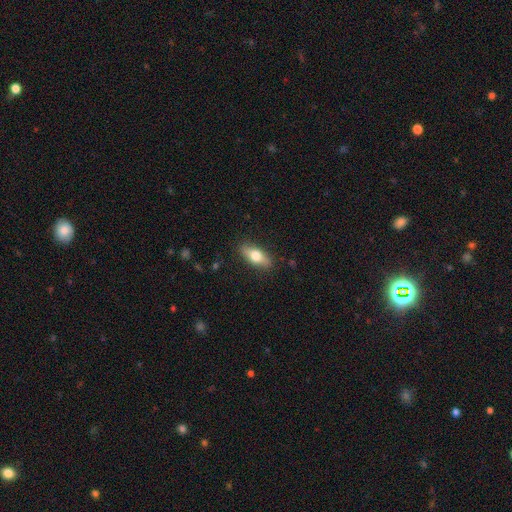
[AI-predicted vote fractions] Q: Smooth or featured?
A: smooth (68%); runner-up: featured or disk (25%)
Q: How rounded?
A: in between (74%); runner-up: cigar-shaped (22%)
Q: Merging?
A: none (86%); runner-up: minor disturbance (11%)